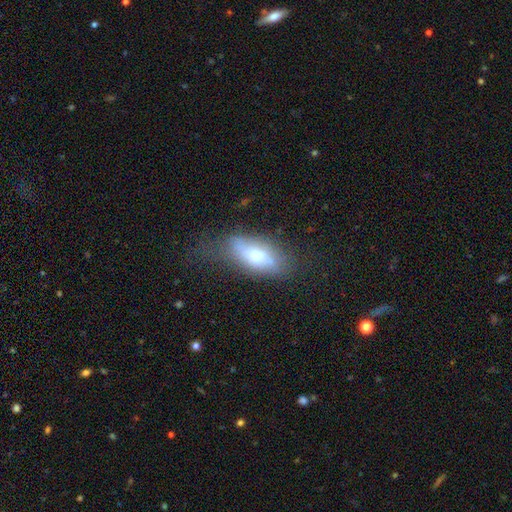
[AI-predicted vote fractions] Smooth or featured? smooth (57%)
How rounded? in between (84%)
Merging? none (51%)